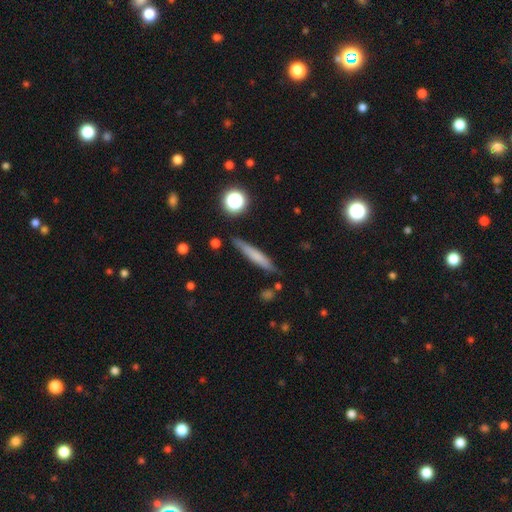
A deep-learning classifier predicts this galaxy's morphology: type=smooth (66%); roundness=cigar-shaped (91%); merging=none (82%).